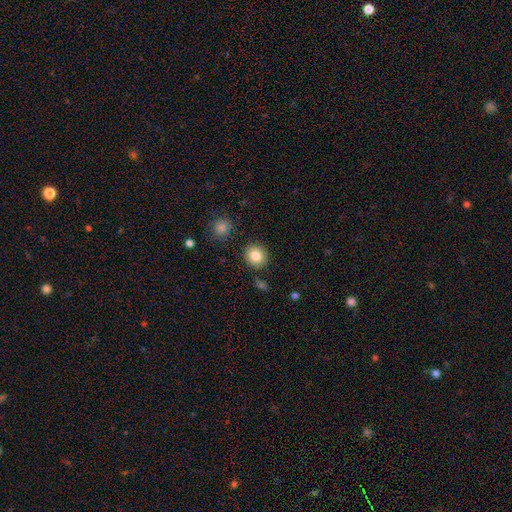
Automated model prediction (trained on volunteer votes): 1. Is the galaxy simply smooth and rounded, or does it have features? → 84% smooth, 9% star or artifact, 6% featured or disk.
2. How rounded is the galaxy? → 83% round, 16% in between, 1% cigar-shaped.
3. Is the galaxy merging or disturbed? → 87% none, 8% minor disturbance, 3% merger, 3% major disturbance.